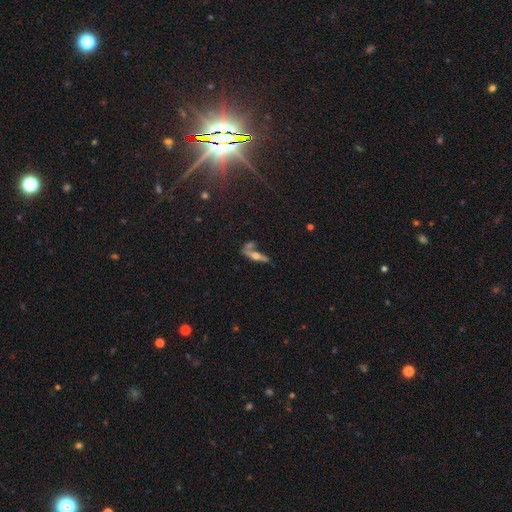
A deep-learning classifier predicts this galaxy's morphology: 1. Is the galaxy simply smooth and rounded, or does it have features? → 54% featured or disk, 36% smooth, 10% star or artifact.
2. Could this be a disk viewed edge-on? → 84% yes, 16% no.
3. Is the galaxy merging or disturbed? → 49% none, 26% merger, 16% minor disturbance, 9% major disturbance.